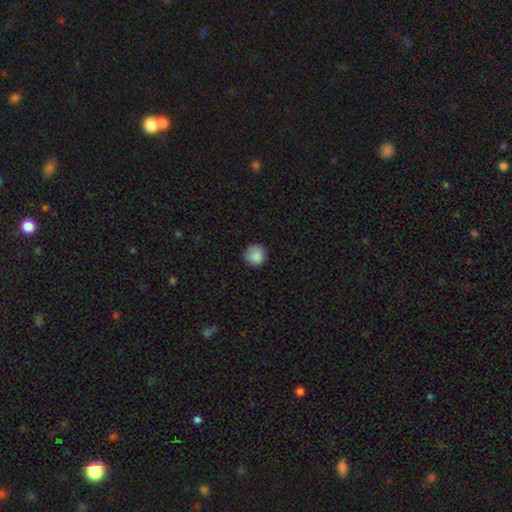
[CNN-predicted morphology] smooth_or_featured: smooth (p=0.87) [alt: star or artifact p=0.09]
how_rounded: round (p=0.92) [alt: in between p=0.07]
merging: none (p=0.84) [alt: minor disturbance p=0.13]